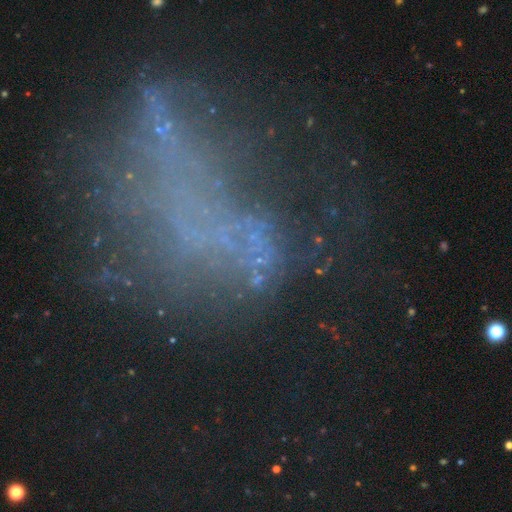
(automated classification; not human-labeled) A star or artifact, not a galaxy (49%).

Vote fractions:
- Smooth or featured? star or artifact: 49% / featured or disk: 32% / smooth: 19%